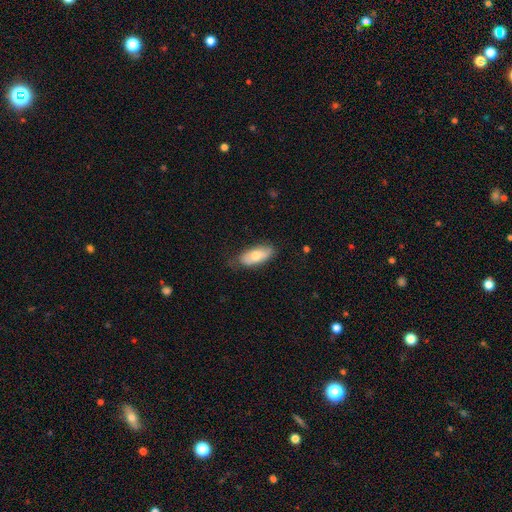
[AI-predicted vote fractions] A smooth galaxy with no disk features (71%) that is in between round and cigar-shaped (85%). Merging: none (72%).